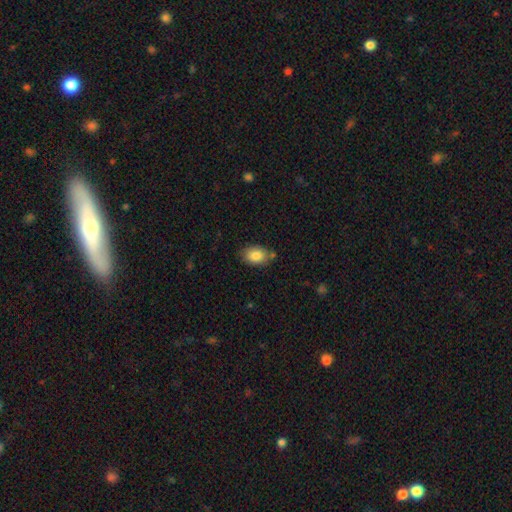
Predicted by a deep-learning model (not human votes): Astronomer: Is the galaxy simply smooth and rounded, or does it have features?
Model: smooth — 85%.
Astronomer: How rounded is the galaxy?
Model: in between — 82%.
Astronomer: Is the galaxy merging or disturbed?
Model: none — 76%.